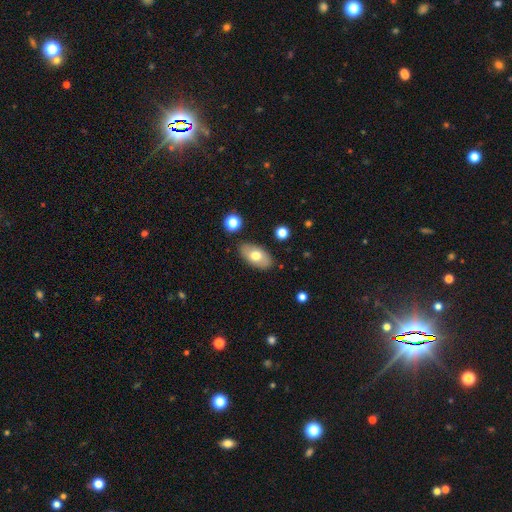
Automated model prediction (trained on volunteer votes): Morphology: type=smooth (69%); roundness=in between (93%); merging=none (85%).